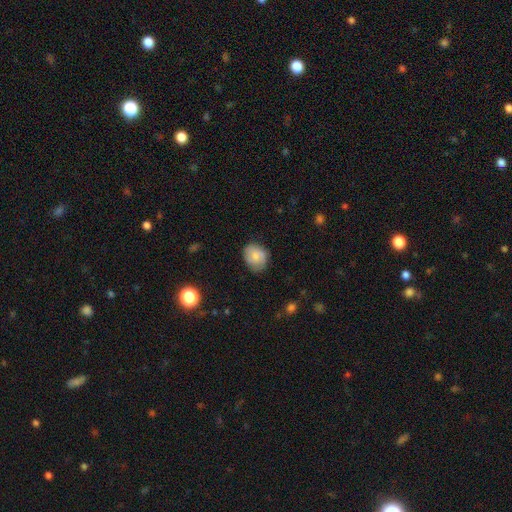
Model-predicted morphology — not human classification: Smooth or featured? Predicted: smooth (p=0.68). How rounded? Predicted: round (p=0.57). Merging? Predicted: none (p=0.72).